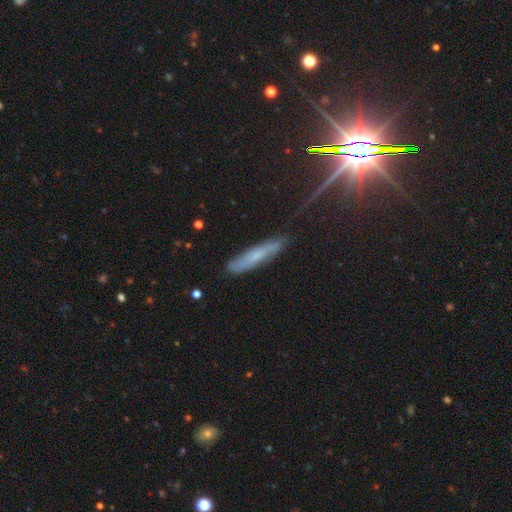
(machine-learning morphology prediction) This is marginally a featured or disk galaxy (43%). Merging: likely none (79%).